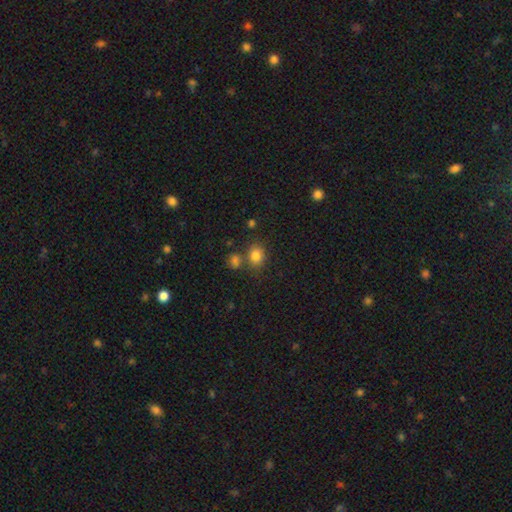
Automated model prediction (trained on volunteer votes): Morphology: type=smooth (80%); roundness=round (58%); merging=none (67%).